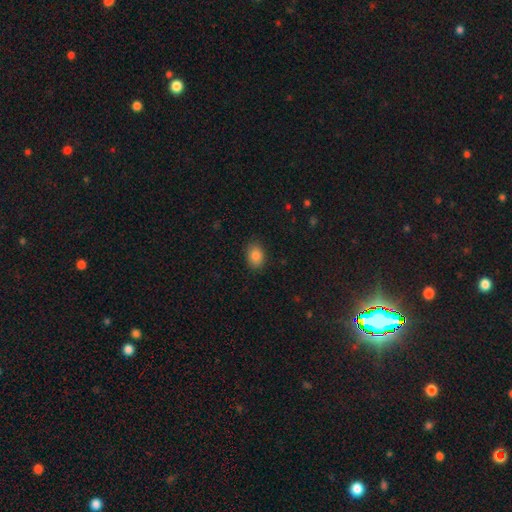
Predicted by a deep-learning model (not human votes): smooth 87%, star or artifact 9%, featured or disk 4%. Down the decision tree: how rounded — in between (73%); merging — none (87%).